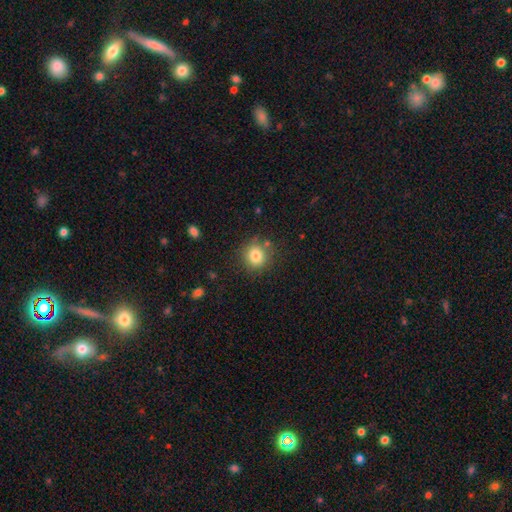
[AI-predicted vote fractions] Smooth or featured? Predicted: smooth (p=0.81). How rounded? Predicted: round (p=0.86). Merging? Predicted: none (p=0.80).